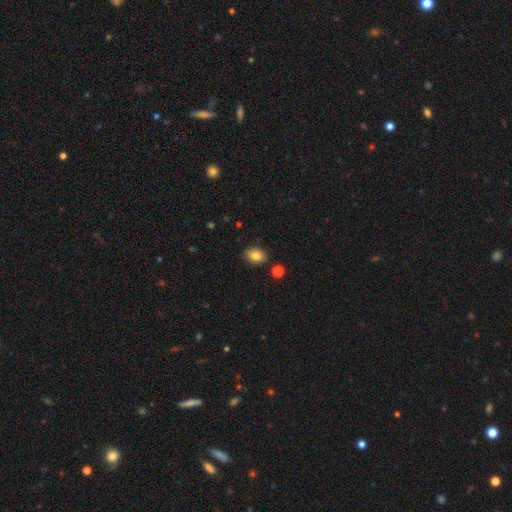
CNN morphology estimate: This is clearly a smooth galaxy (83%). How rounded: likely in between (75%). Merging: clearly none (86%).